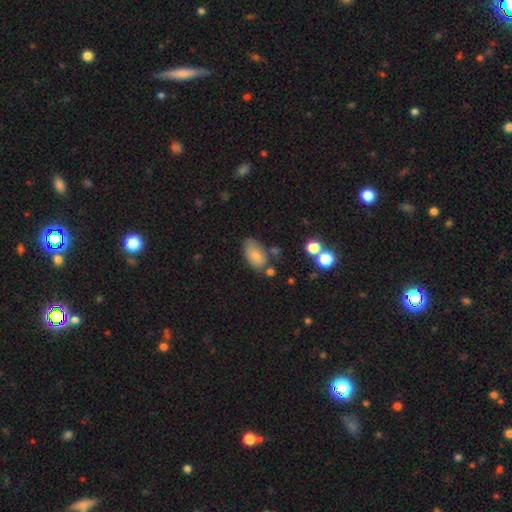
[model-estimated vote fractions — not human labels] A smooth galaxy with no disk features (79%) that is in between round and cigar-shaped (93%).

Vote fractions:
- Smooth or featured? smooth: 79% / featured or disk: 12% / star or artifact: 8%
- How rounded? in between: 93% / round: 5% / cigar-shaped: 2%
- Merging? none: 59% / minor disturbance: 26% / merger: 8% / major disturbance: 7%